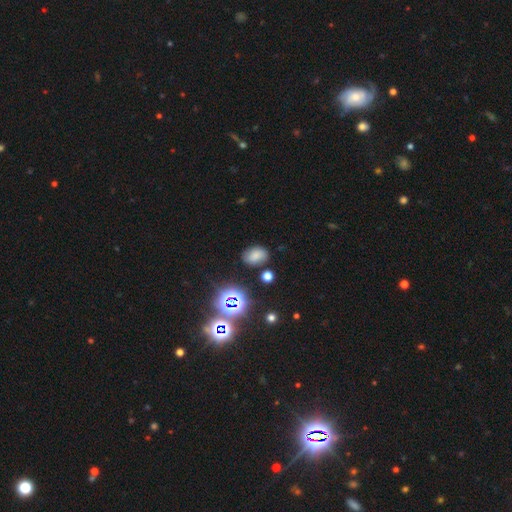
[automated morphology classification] This is likely a smooth galaxy (68%). How rounded: likely in between (77%). Merging: likely none (77%).